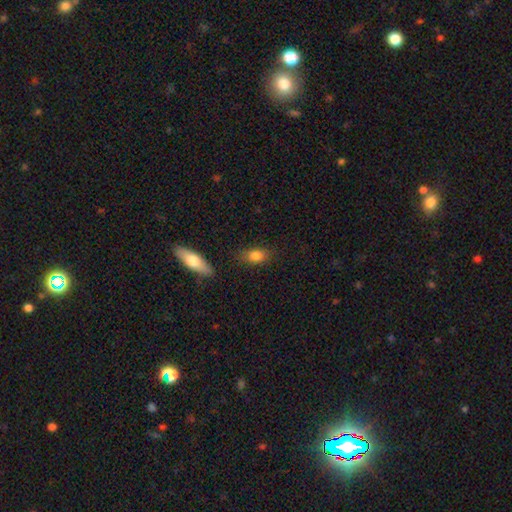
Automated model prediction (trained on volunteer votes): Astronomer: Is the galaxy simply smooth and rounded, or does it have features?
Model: smooth — 82%.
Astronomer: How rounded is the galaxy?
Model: in between — 78%.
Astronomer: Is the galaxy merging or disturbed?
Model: none — 78%.